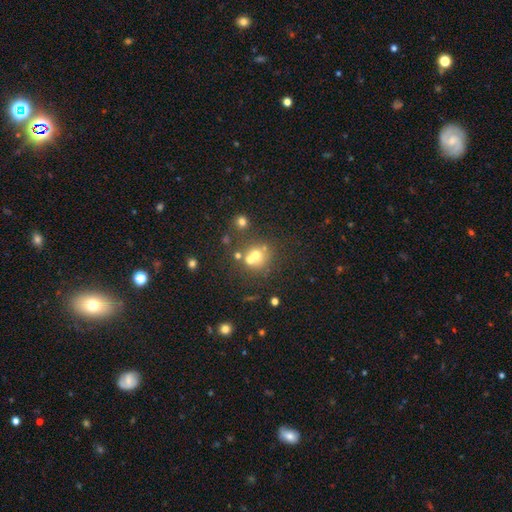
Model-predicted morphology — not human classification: smooth 60%, featured or disk 20%, star or artifact 19%. Down the decision tree: how rounded — round (83%); merging — none (48%).